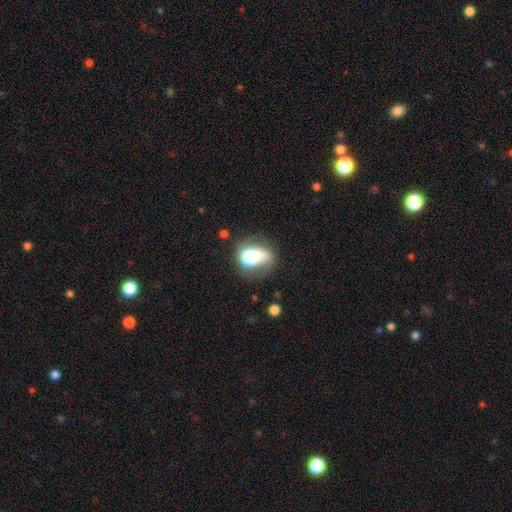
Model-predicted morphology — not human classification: Smooth or featured? smooth (59%)
How rounded? in between (57%)
Merging? none (33%)